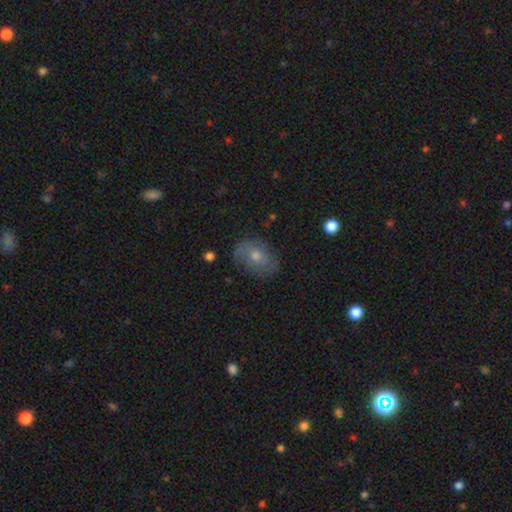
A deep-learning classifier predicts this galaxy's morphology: A smooth galaxy with no disk features (53%) that is in between round and cigar-shaped (70%). Merging: none (74%).